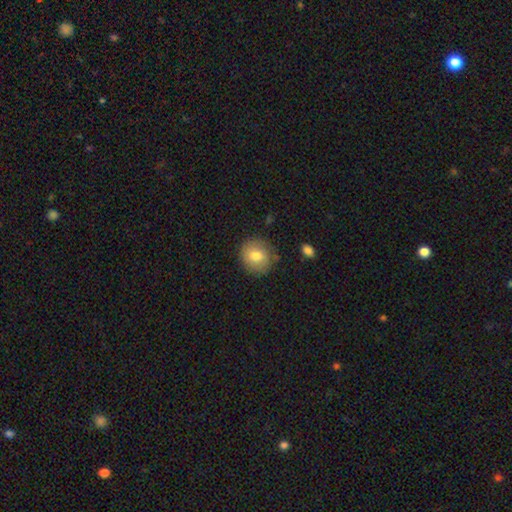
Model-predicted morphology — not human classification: Smooth or featured? smooth (78%)
How rounded? round (83%)
Merging? none (83%)